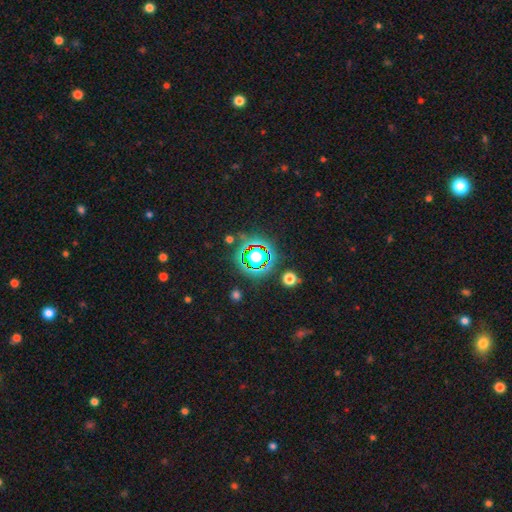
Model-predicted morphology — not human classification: Smooth or featured: star or artifact — 63% (smooth — 25%)